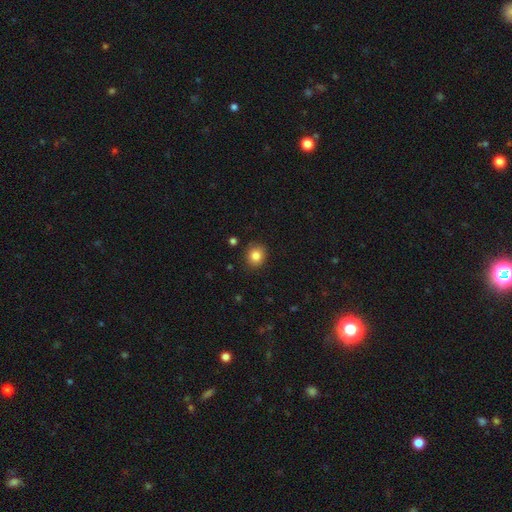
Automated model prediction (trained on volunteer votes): A smooth galaxy with no disk features (84%) that is round (76%). Merging: none (88%).